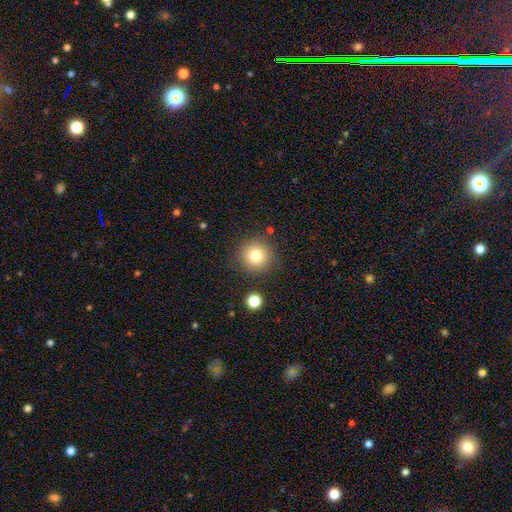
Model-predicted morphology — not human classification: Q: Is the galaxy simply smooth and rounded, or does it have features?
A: smooth — 79%.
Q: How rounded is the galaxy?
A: round — 94%.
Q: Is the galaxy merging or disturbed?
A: none — 86%.